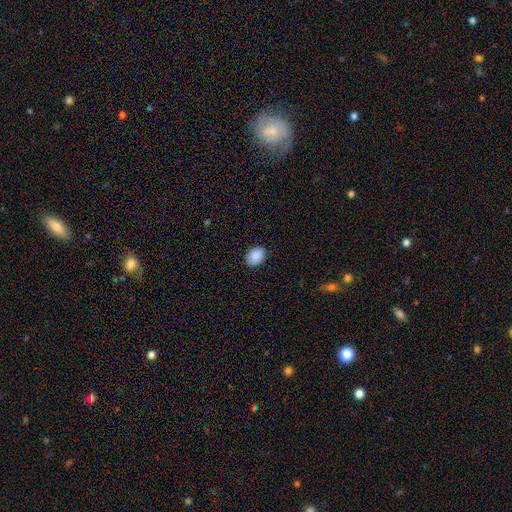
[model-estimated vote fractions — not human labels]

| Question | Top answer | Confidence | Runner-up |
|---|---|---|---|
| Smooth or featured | smooth | 90% | star or artifact (7%) |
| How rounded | in between | 68% | round (31%) |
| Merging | none | 89% | minor disturbance (8%) |